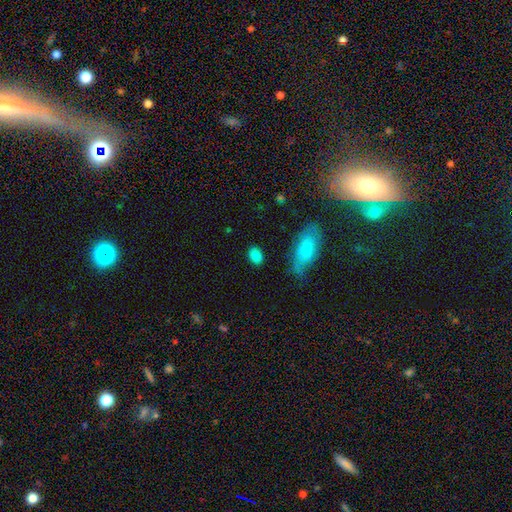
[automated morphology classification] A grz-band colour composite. It shows a smooth galaxy with no disk features (86%) that is in between round and cigar-shaped (81%). Merging: none (81%).